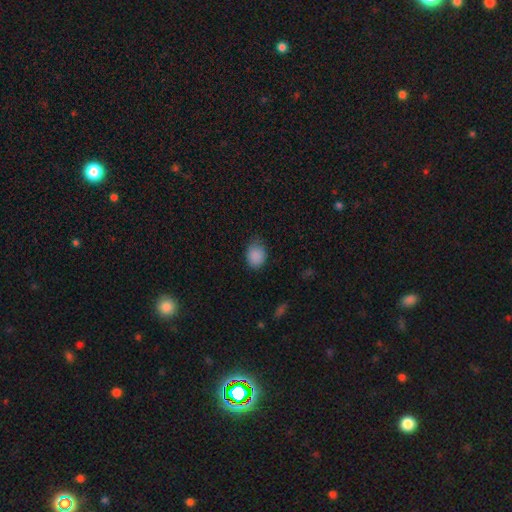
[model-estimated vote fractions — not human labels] Smooth or featured? Predicted: smooth (p=0.87). How rounded? Predicted: in between (p=0.51). Merging? Predicted: none (p=0.61).